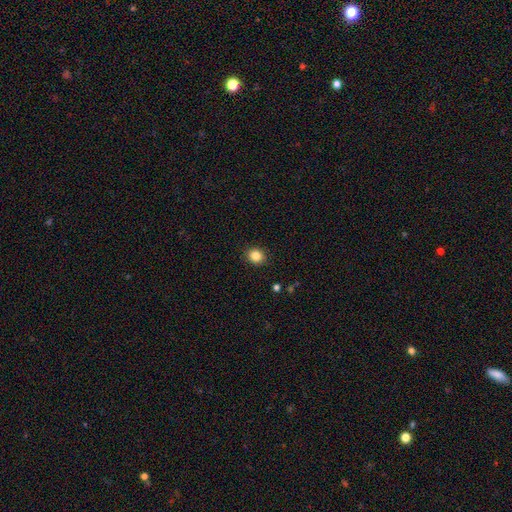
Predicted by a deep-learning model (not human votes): smooth-or-featured: smooth: 84% | star or artifact: 11% | featured or disk: 5%
  how-rounded: round: 78% | in between: 21% | cigar-shaped: 1%
  merging: none: 91% | minor disturbance: 6% | major disturbance: 2% | merger: 1%